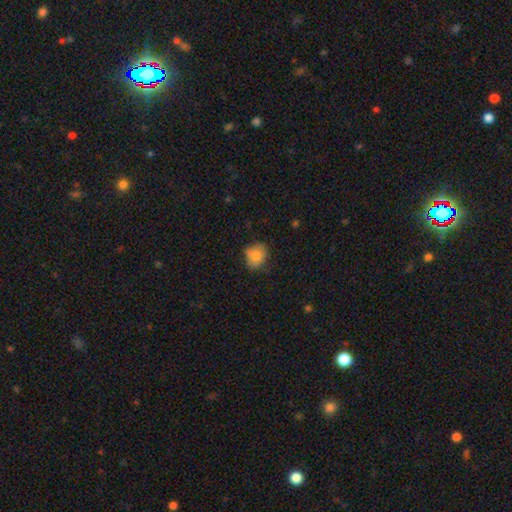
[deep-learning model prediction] This appears to be a smooth galaxy with no disk features (76%) that is round (56%). Merging: none (65%).